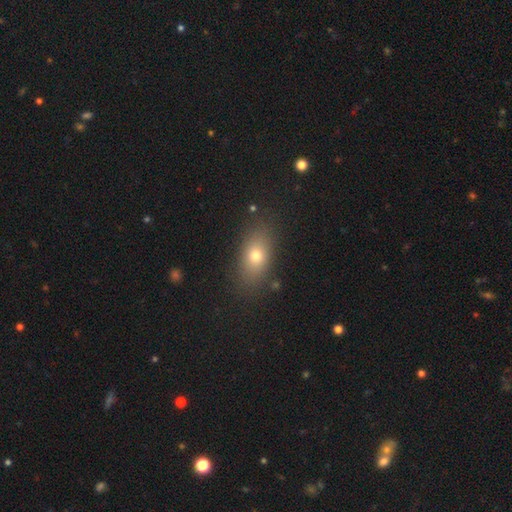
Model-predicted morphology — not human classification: smooth_or_featured: smooth (p=0.72) [alt: featured or disk p=0.16]
how_rounded: in between (p=0.78) [alt: round p=0.15]
merging: none (p=0.84) [alt: minor disturbance p=0.10]